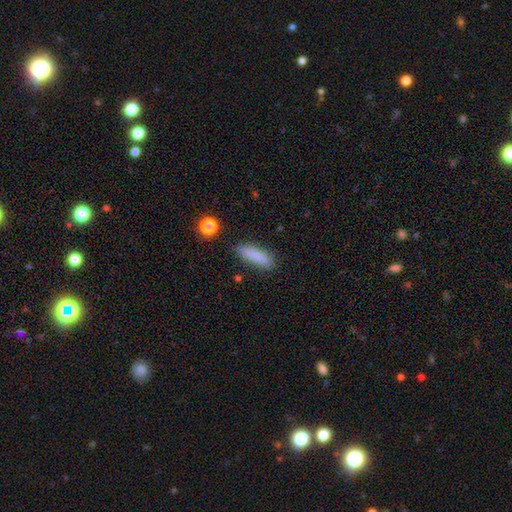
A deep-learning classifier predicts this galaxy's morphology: type=smooth (83%); roundness=cigar-shaped (64%); merging=none (80%).